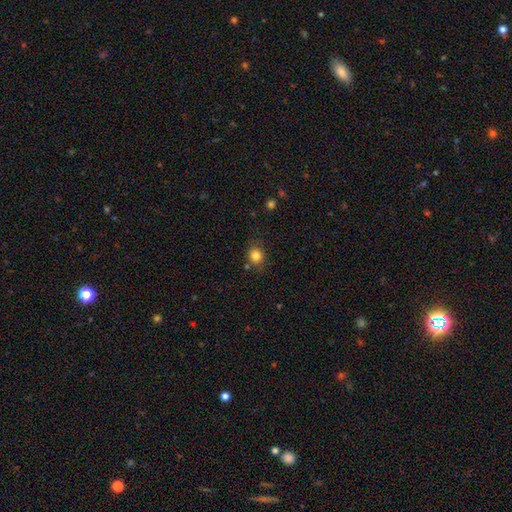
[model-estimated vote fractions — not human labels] smooth 82%, star or artifact 11%, featured or disk 7%. Down the decision tree: how rounded — round (75%); merging — none (78%).